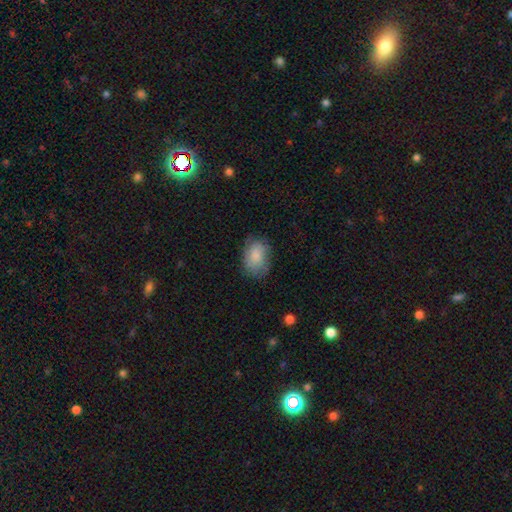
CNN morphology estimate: Smooth or featured?
  - smooth: 83% *
  - featured or disk: 10%
  - star or artifact: 7%
How rounded?
  - in between: 75% *
  - round: 24%
  - cigar-shaped: 1%
Merging?
  - none: 70% *
  - minor disturbance: 22%
  - major disturbance: 7%
  - merger: 1%